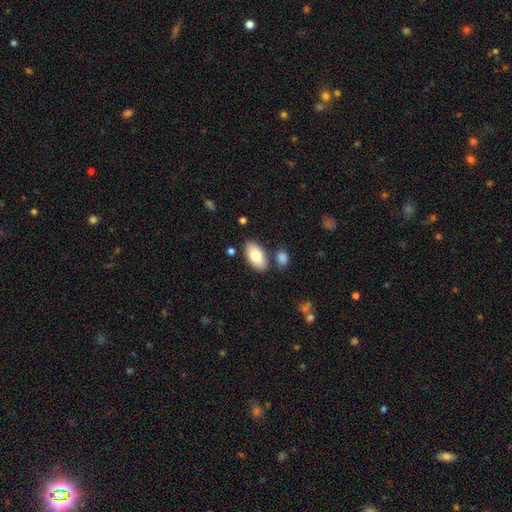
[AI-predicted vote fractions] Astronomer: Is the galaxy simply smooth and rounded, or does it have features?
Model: smooth — 78%.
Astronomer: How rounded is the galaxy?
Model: in between — 95%.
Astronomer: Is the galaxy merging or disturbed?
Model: none — 79%.